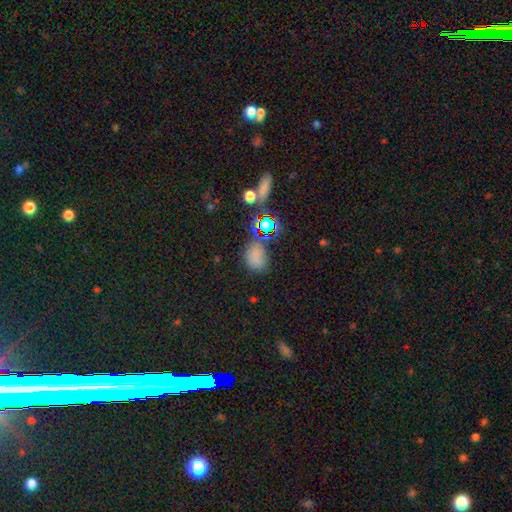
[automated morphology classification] Smooth or featured? Predicted: smooth (p=0.66). How rounded? Predicted: in between (p=0.60). Merging? Predicted: none (p=0.65).